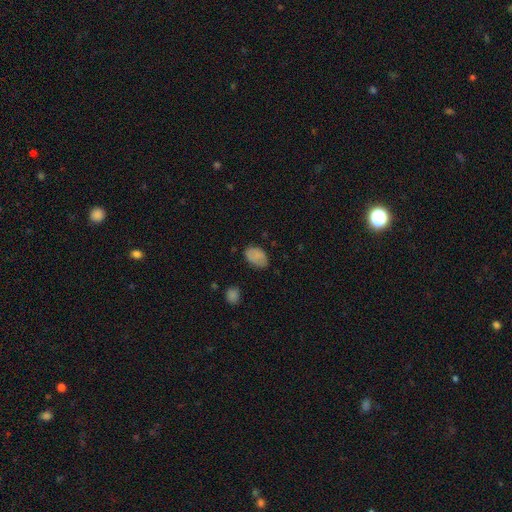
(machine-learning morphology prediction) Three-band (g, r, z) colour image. It shows a smooth galaxy with no disk features (79%) that is in between round and cigar-shaped (86%). Merging: none (69%).